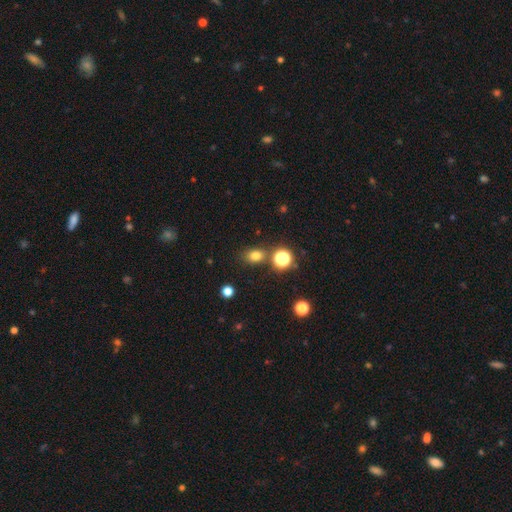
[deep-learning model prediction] smooth 76%, star or artifact 17%, featured or disk 7%. Down the decision tree: how rounded — in between (59%); merging — none (76%).